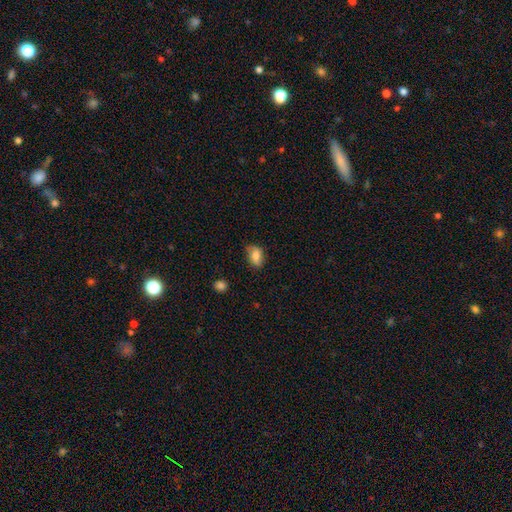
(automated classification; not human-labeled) Smooth or featured? Predicted: smooth (p=0.70). How rounded? Predicted: in between (p=0.84). Merging? Predicted: none (p=0.73).